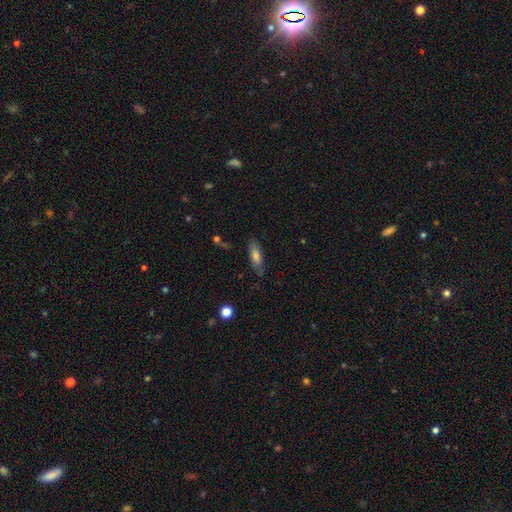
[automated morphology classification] Smooth or featured? Predicted: smooth (p=0.71). How rounded? Predicted: in between (p=0.55). Merging? Predicted: none (p=0.76).